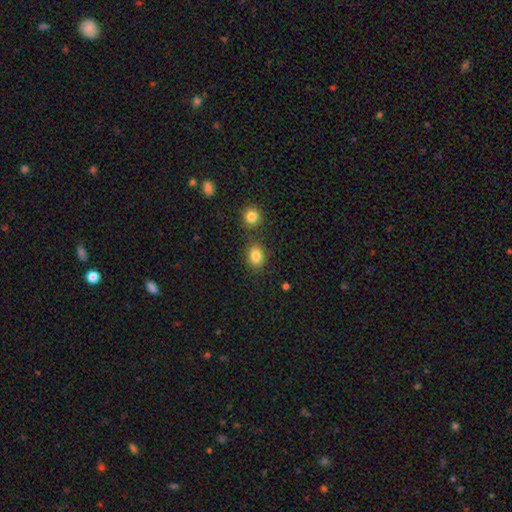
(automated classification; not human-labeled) Q: Smooth or featured?
A: smooth (84%); runner-up: star or artifact (11%)
Q: How rounded?
A: in between (52%); runner-up: round (47%)
Q: Merging?
A: none (75%); runner-up: minor disturbance (12%)